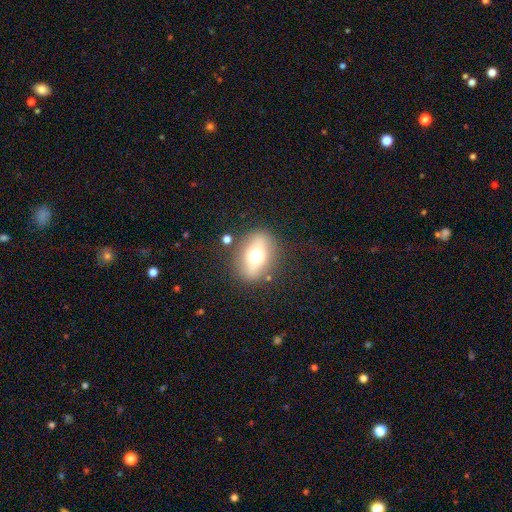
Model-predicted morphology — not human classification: smooth-or-featured: smooth: 53% | featured or disk: 38% | star or artifact: 9%
  how-rounded: in between: 65% | round: 30% | cigar-shaped: 5%
  merging: none: 82% | minor disturbance: 11% | major disturbance: 5% | merger: 3%